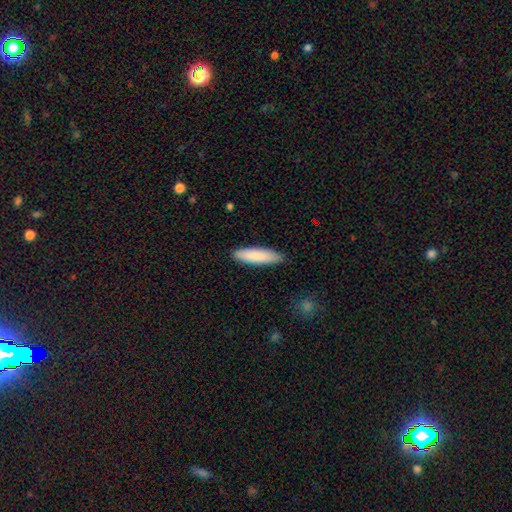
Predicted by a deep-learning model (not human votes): smooth 85%, featured or disk 9%, star or artifact 5%. Down the decision tree: how rounded — cigar-shaped (71%); merging — none (88%).